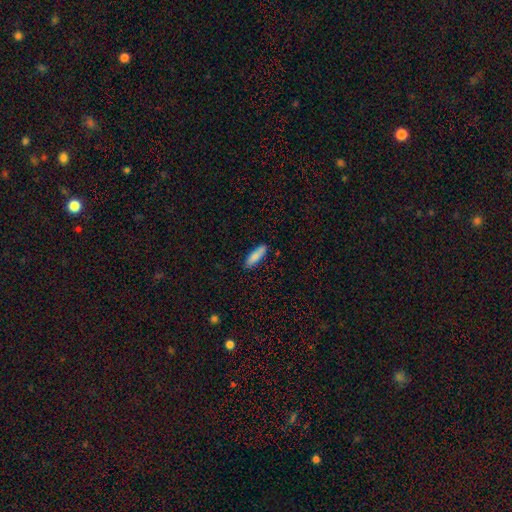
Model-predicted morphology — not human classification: Smooth or featured: smooth — 83% (featured or disk — 11%)
How rounded: cigar-shaped — 55% (in between — 44%)
Merging: none — 85% (minor disturbance — 11%)